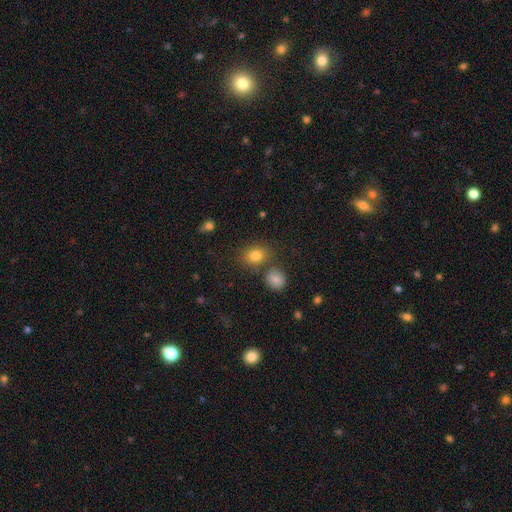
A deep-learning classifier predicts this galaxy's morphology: Smooth or featured: smooth — 81% (star or artifact — 12%)
How rounded: round — 51% (in between — 48%)
Merging: none — 69% (merger — 16%)